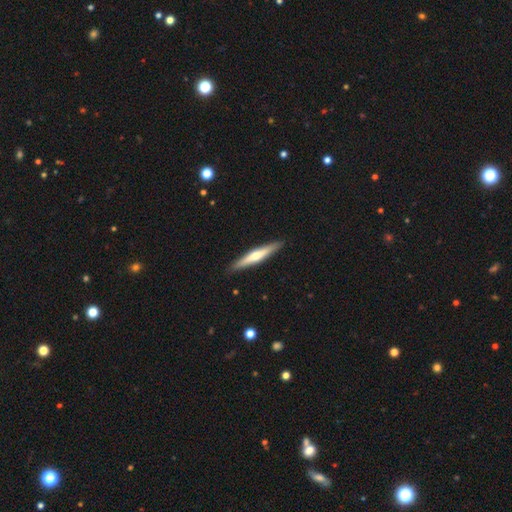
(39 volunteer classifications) Morphology: type=featured or disk (51%); edge-on=yes (100%); edge-on bulge=rounded (70%); merging=none (86%).